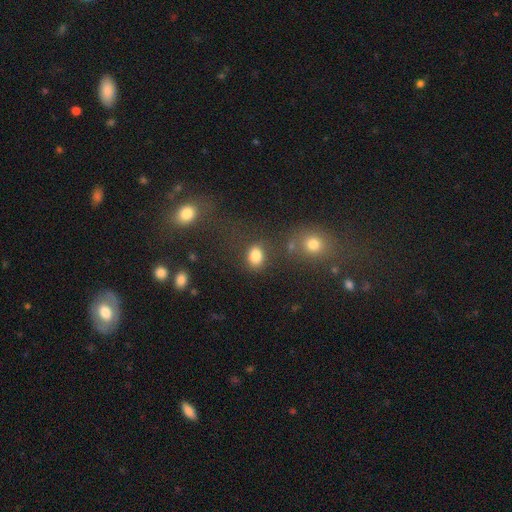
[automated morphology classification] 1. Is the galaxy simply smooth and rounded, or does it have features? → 83% smooth, 11% star or artifact, 6% featured or disk.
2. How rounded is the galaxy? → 61% in between, 38% round, 1% cigar-shaped.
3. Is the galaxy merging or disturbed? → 70% none, 15% minor disturbance, 8% merger, 6% major disturbance.